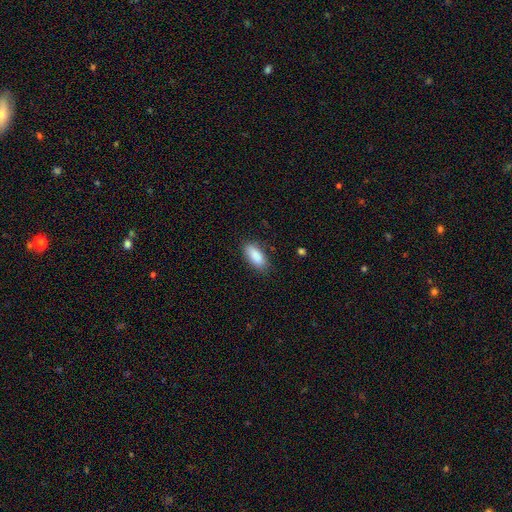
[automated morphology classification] smooth_or_featured: smooth (p=0.89) [alt: star or artifact p=0.06]
how_rounded: in between (p=0.86) [alt: cigar-shaped p=0.12]
merging: none (p=0.83) [alt: minor disturbance p=0.13]